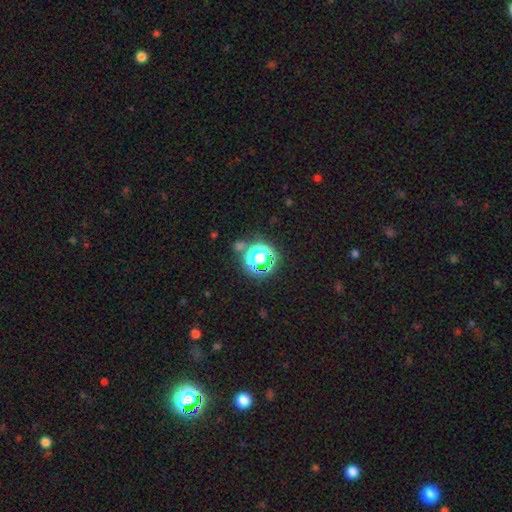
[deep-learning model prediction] Q: Smooth or featured?
A: star or artifact (65%); runner-up: smooth (27%)